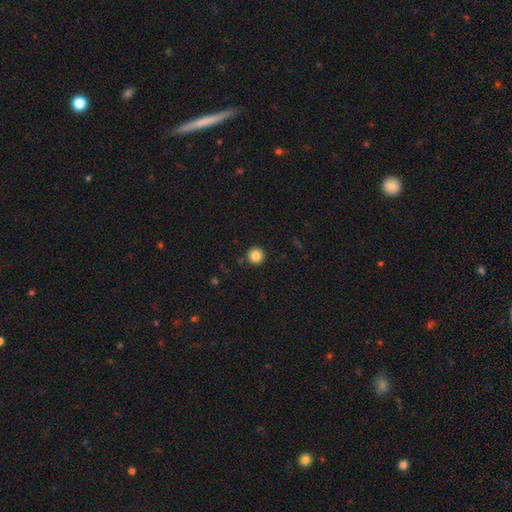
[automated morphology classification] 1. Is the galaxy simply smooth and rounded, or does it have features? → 85% smooth, 10% star or artifact, 5% featured or disk.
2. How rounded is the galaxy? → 96% round, 3% in between, 1% cigar-shaped.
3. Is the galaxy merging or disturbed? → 91% none, 5% minor disturbance, 2% major disturbance, 2% merger.